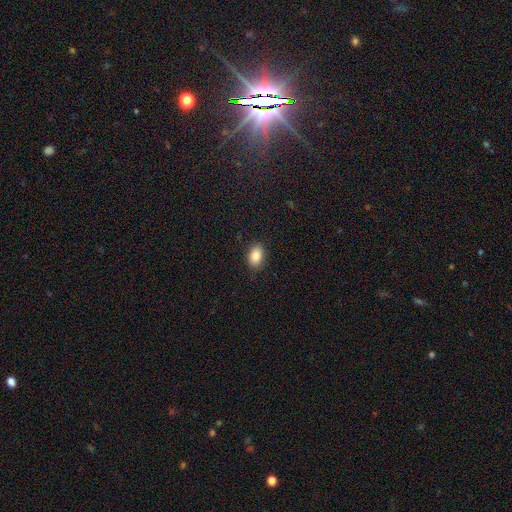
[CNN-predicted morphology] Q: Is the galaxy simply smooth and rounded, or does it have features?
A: smooth — 87%.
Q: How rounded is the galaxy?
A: in between — 85%.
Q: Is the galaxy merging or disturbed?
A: none — 86%.